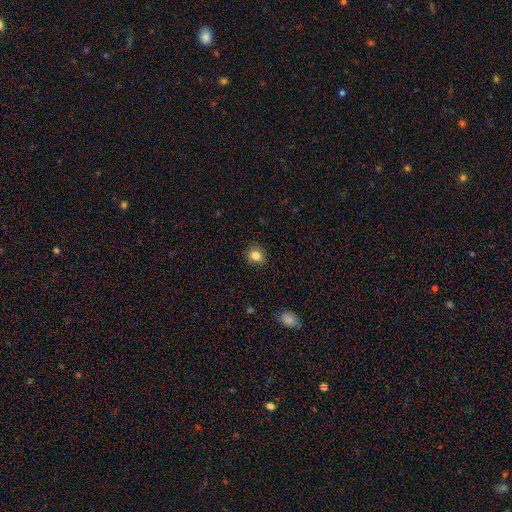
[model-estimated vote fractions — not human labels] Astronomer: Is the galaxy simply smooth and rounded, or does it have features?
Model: smooth — 83%.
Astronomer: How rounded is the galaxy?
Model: round — 77%.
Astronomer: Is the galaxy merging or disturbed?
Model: none — 87%.